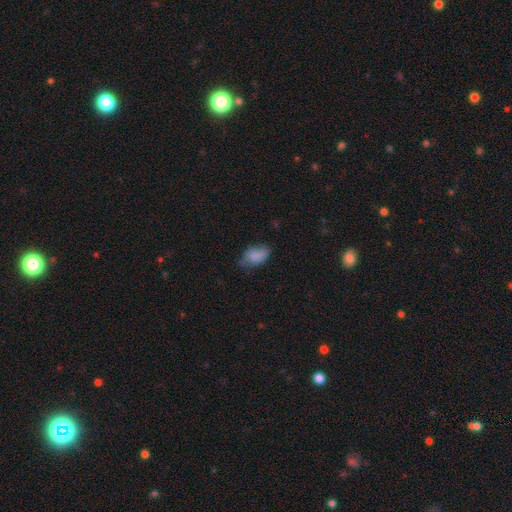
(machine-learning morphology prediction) Q: Smooth or featured?
A: smooth (81%); runner-up: featured or disk (10%)
Q: How rounded?
A: in between (89%); runner-up: round (9%)
Q: Merging?
A: none (50%); runner-up: minor disturbance (36%)